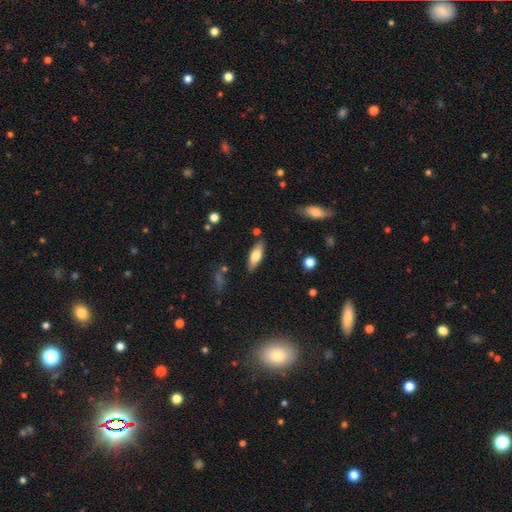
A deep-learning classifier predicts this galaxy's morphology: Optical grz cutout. It shows a smooth galaxy with no disk features (67%) that is in between round and cigar-shaped (65%). Merging: none (82%).